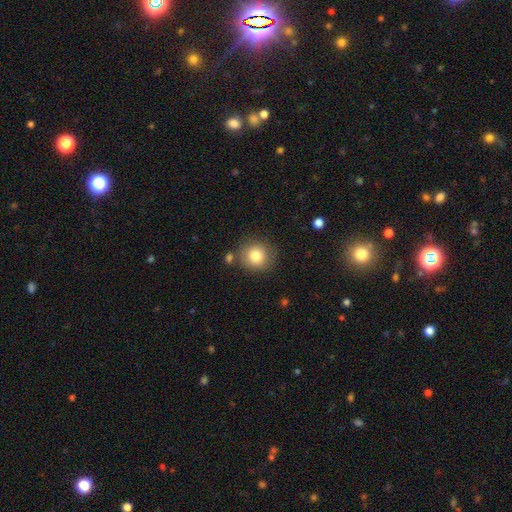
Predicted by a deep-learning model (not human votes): A smooth galaxy with no disk features (81%) that is round (88%).

Vote fractions:
- Smooth or featured? smooth: 81% / star or artifact: 10% / featured or disk: 9%
- How rounded? round: 88% / in between: 11% / cigar-shaped: 1%
- Merging? none: 80% / minor disturbance: 11% / merger: 6% / major disturbance: 3%